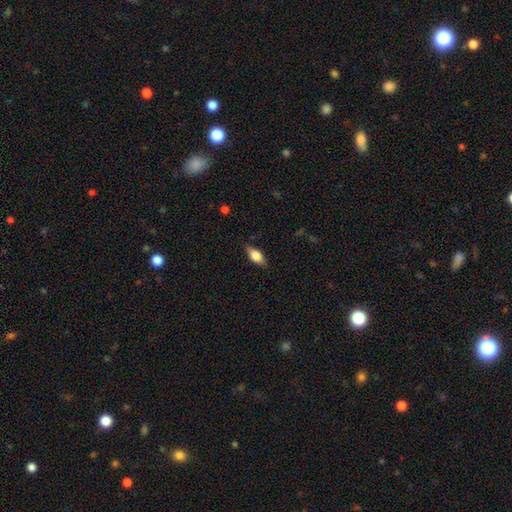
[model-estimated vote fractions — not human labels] Smooth or featured? Predicted: smooth (p=0.65). How rounded? Predicted: in between (p=0.81). Merging? Predicted: none (p=0.81).